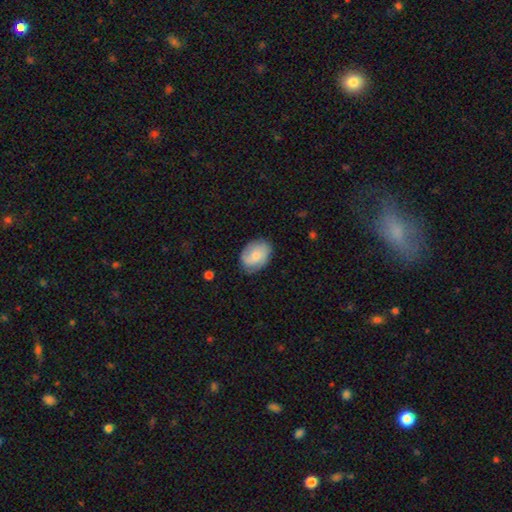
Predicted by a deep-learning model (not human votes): smooth-or-featured: smooth: 63% | featured or disk: 30% | star or artifact: 7%
  how-rounded: in between: 74% | round: 25% | cigar-shaped: 1%
  merging: none: 73% | minor disturbance: 21% | major disturbance: 6% | merger: 1%